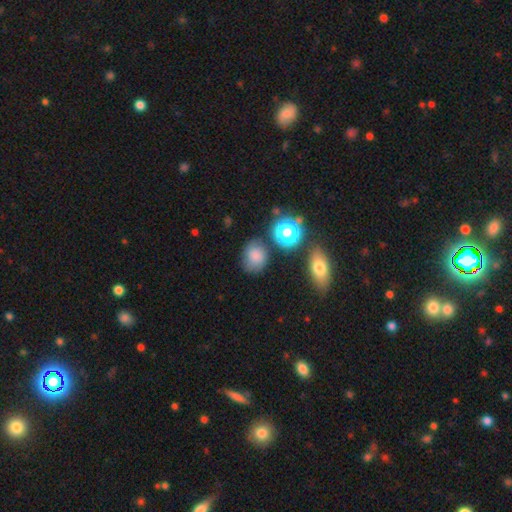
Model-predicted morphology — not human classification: Smooth or featured? Predicted: smooth (p=0.76). How rounded? Predicted: round (p=0.64). Merging? Predicted: none (p=0.67).